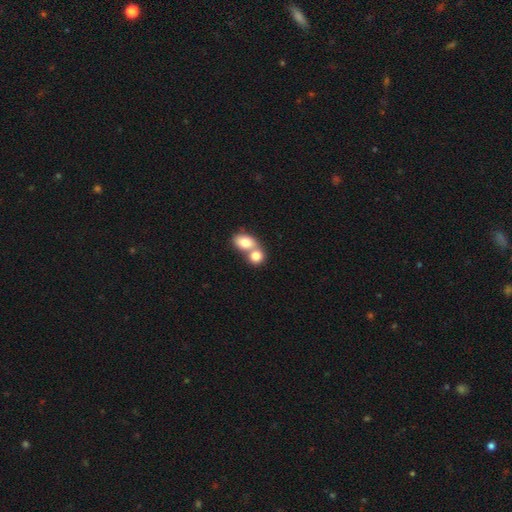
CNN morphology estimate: Smooth or featured?
  - smooth: 79% *
  - featured or disk: 13%
  - star or artifact: 8%
How rounded?
  - round: 50% *
  - in between: 49%
  - cigar-shaped: 1%
Merging?
  - merger: 67% *
  - none: 25%
  - minor disturbance: 5%
  - major disturbance: 2%